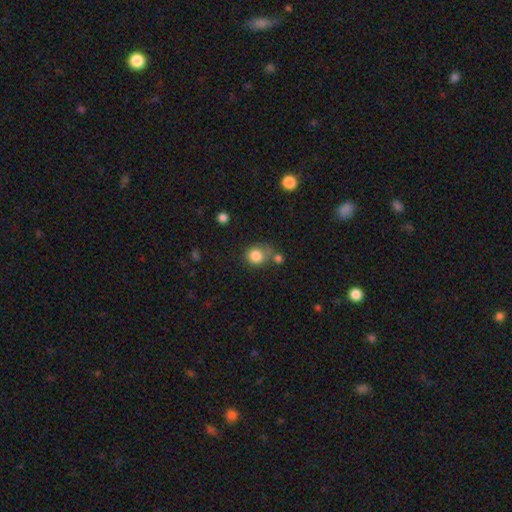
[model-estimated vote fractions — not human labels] Q: Smooth or featured?
A: smooth (84%); runner-up: star or artifact (10%)
Q: How rounded?
A: round (83%); runner-up: in between (16%)
Q: Merging?
A: none (56%); runner-up: merger (21%)